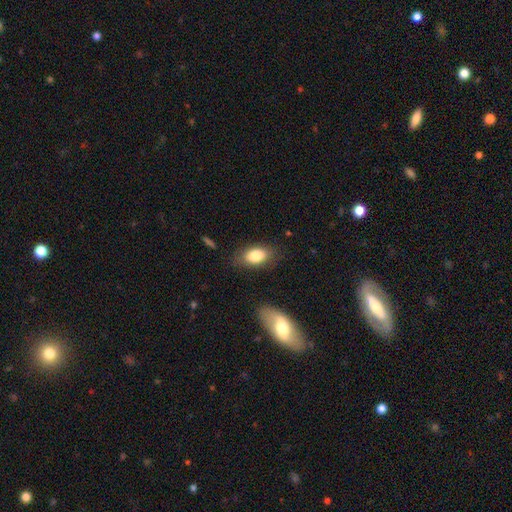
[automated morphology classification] smooth 82%, featured or disk 11%, star or artifact 7%. Down the decision tree: how rounded — in between (89%); merging — none (79%).